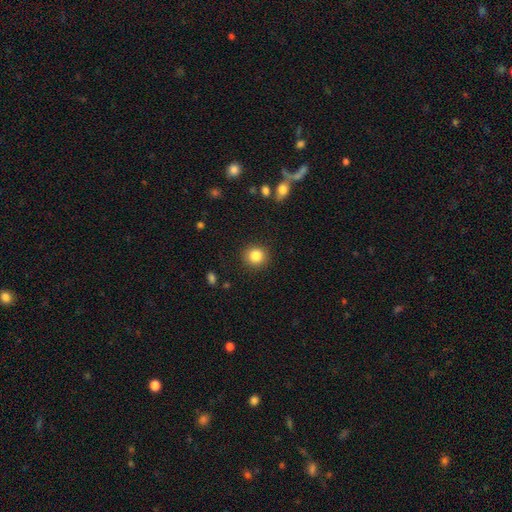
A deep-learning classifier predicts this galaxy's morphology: Overall: smooth (85%). How rounded: round (89%). Merging: none (90%).